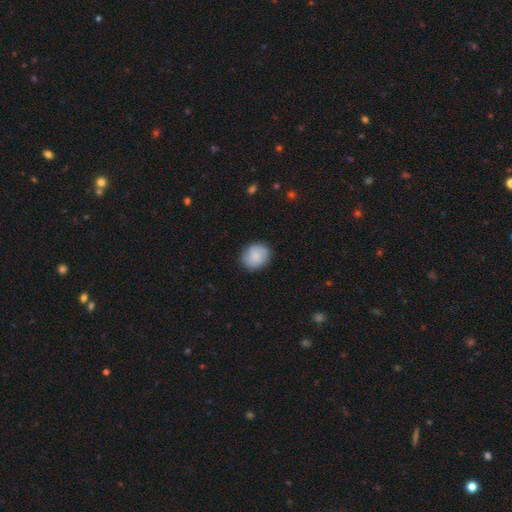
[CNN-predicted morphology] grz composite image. It shows a smooth galaxy with no disk features (82%) that is round (71%). Merging: none (86%).